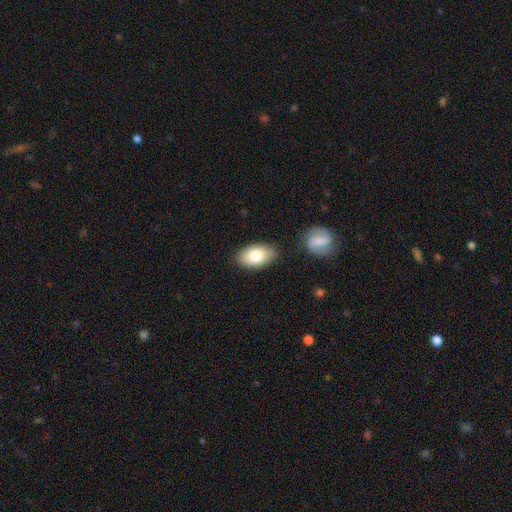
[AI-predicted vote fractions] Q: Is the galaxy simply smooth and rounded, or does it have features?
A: smooth — 83%.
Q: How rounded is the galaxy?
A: in between — 93%.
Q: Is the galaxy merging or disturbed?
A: none — 80%.